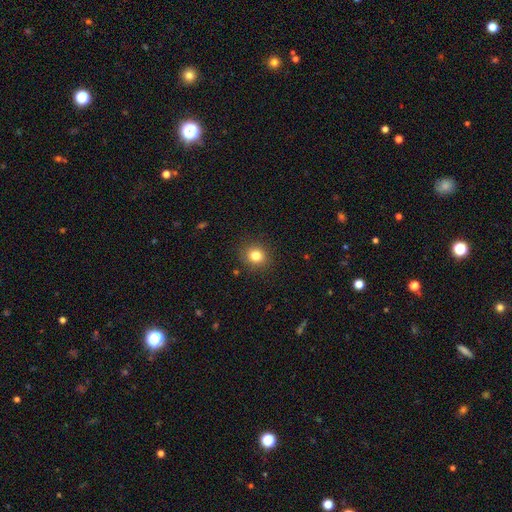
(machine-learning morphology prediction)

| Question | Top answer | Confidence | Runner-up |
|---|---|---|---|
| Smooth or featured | smooth | 81% | star or artifact (12%) |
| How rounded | round | 80% | in between (19%) |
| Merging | none | 89% | minor disturbance (8%) |